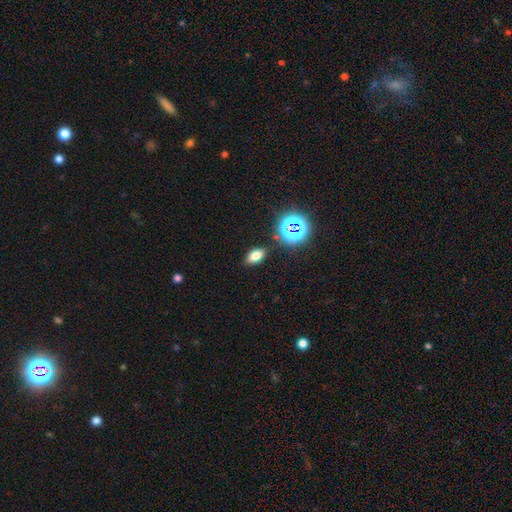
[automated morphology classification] The model was most divided on "smooth or featured": smooth: 69%, star or artifact: 21%, featured or disk: 10%. More confident: how rounded — in between (86%); merging — none (85%).